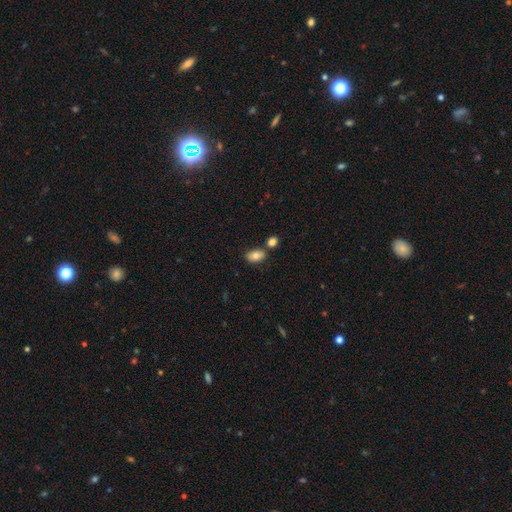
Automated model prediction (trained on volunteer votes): Smooth or featured? Predicted: smooth (p=0.80). How rounded? Predicted: in between (p=0.89). Merging? Predicted: none (p=0.68).